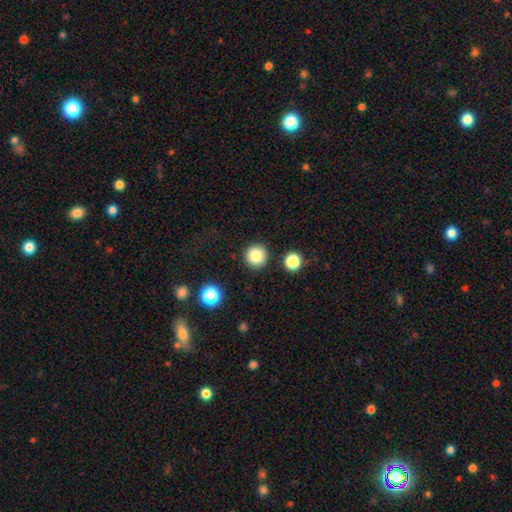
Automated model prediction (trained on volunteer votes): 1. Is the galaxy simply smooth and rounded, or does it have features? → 84% smooth, 11% star or artifact, 6% featured or disk.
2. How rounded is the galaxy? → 95% round, 4% in between, 1% cigar-shaped.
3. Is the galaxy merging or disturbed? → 90% none, 5% minor disturbance, 2% merger, 2% major disturbance.